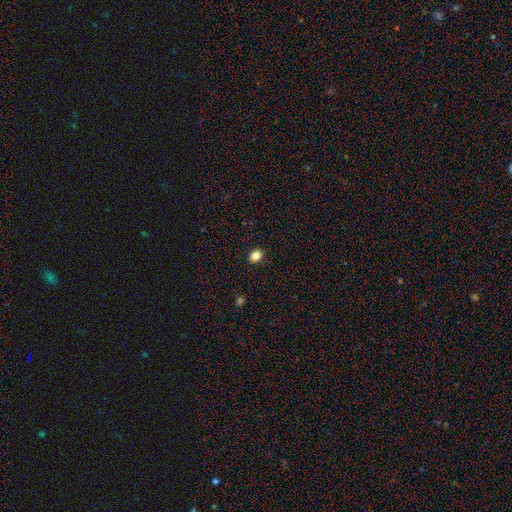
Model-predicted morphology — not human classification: Overall: smooth (85%). How rounded: in between (55%; round 44%). Merging: none (91%).